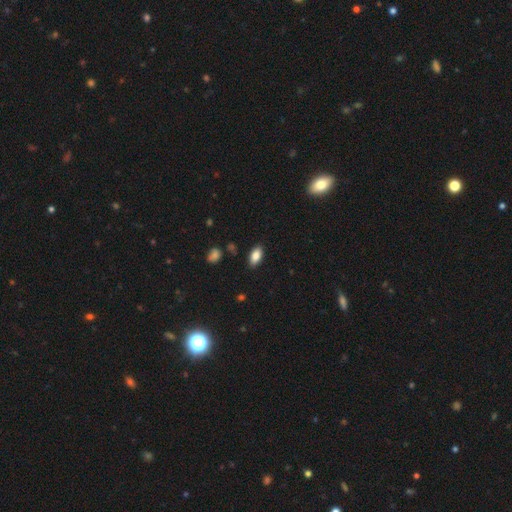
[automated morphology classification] smooth-or-featured: smooth: 86% | star or artifact: 8% | featured or disk: 7%
  how-rounded: in between: 92% | cigar-shaped: 5% | round: 4%
  merging: none: 87% | minor disturbance: 10% | major disturbance: 2% | merger: 1%